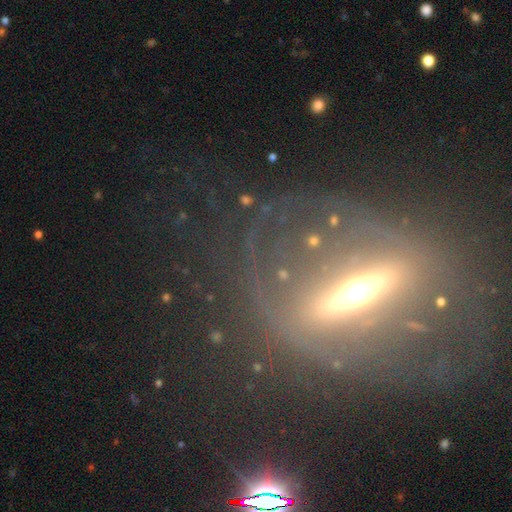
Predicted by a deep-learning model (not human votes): A featured or disk galaxy (71%) viewed edge-on (63%). Merging: none (64%).